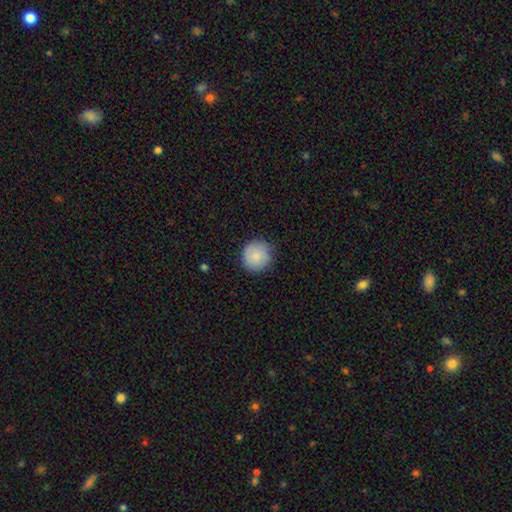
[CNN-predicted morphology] This is clearly a smooth galaxy (86%). How rounded: clearly round (94%). Merging: clearly none (82%).